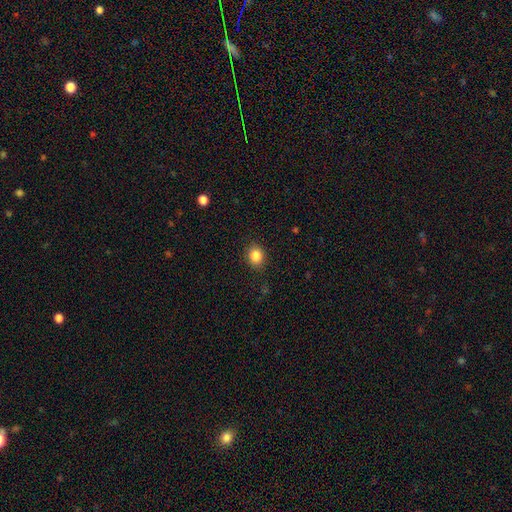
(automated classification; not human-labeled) A smooth galaxy with no disk features (85%) that is round (67%).

Vote fractions:
- Smooth or featured? smooth: 85% / star or artifact: 10% / featured or disk: 4%
- How rounded? round: 67% / in between: 32% / cigar-shaped: 1%
- Merging? none: 88% / minor disturbance: 9% / major disturbance: 3% / merger: 1%